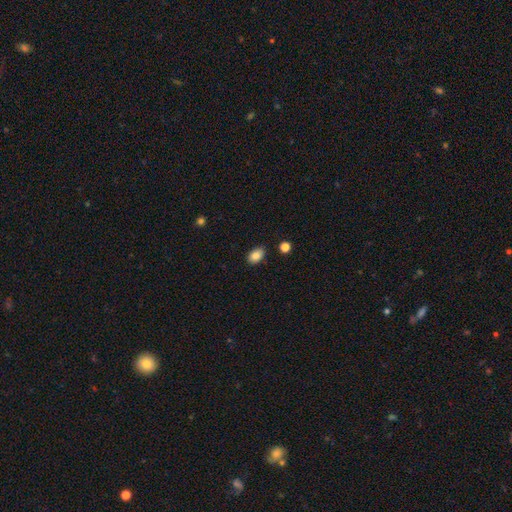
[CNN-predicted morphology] smooth 85%, star or artifact 9%, featured or disk 6%. Down the decision tree: how rounded — in between (86%); merging — none (85%).